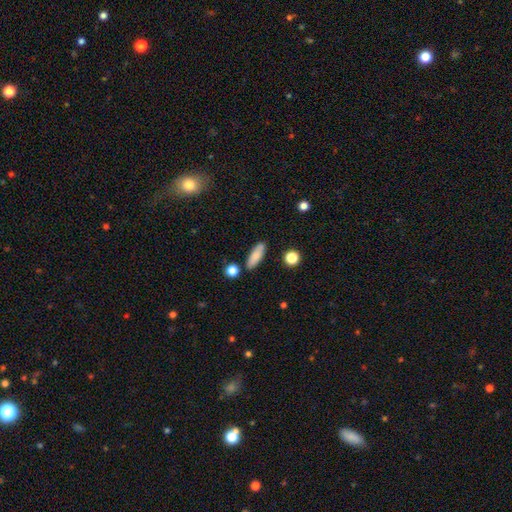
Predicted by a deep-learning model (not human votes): smooth 80%, featured or disk 13%, star or artifact 7%. Down the decision tree: how rounded — in between (53%); merging — none (84%).